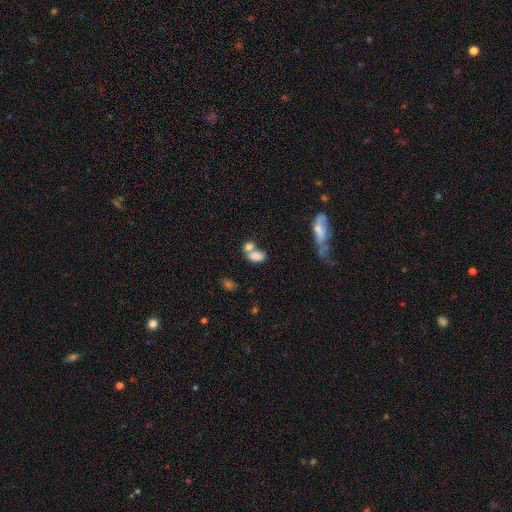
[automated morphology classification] smooth-or-featured: smooth: 80% | featured or disk: 11% | star or artifact: 9%
  how-rounded: in between: 84% | round: 14% | cigar-shaped: 3%
  merging: merger: 55% | none: 29% | minor disturbance: 10% | major disturbance: 6%